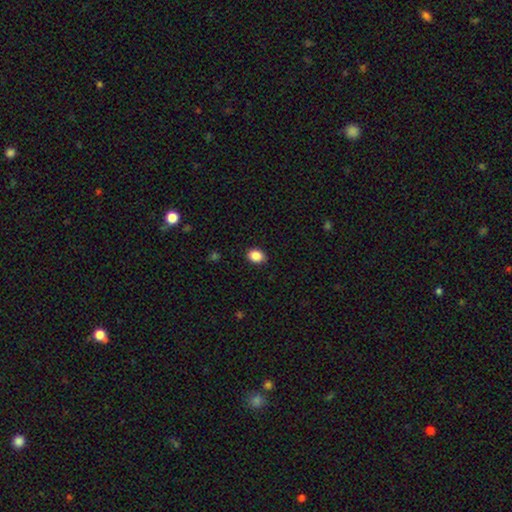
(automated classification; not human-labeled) smooth 88%, star or artifact 9%, featured or disk 3%. Down the decision tree: how rounded — in between (63%); merging — none (88%).